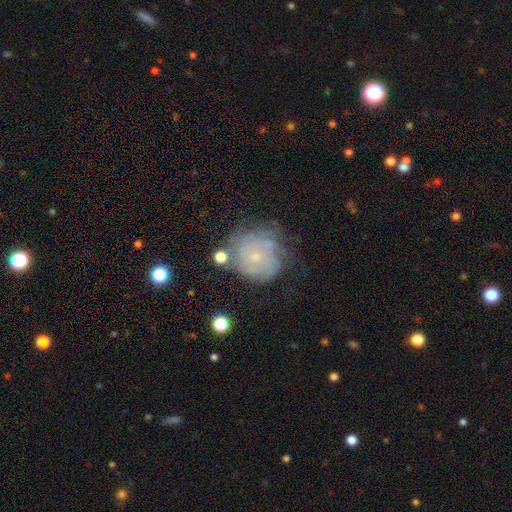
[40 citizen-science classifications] Q: Smooth or featured?
A: featured or disk (88%); runner-up: smooth (10%)
Q: Edge-on disk?
A: no (97%); runner-up: yes (3%)
Q: Bar?
A: no (79%); runner-up: weak (15%)
Q: Spiral arms?
A: yes (91%); runner-up: no (9%)
Q: Spiral winding?
A: tight (81%); runner-up: medium (16%)
Q: Spiral arm count?
A: can't tell (58%); runner-up: 4 (16%)
Q: Bulge size?
A: small (71%); runner-up: moderate (29%)
Q: Merging?
A: none (62%); runner-up: minor disturbance (28%)